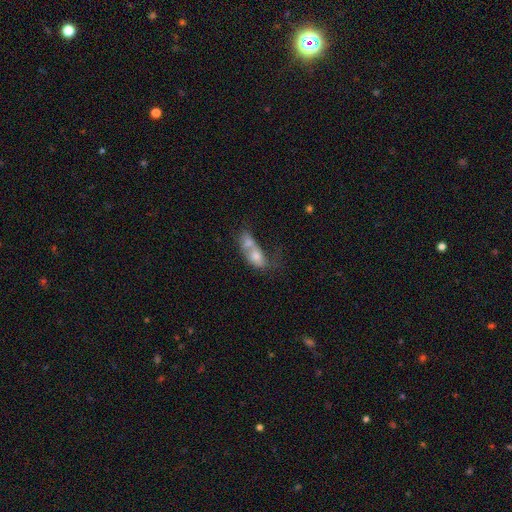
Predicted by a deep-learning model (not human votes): smooth 60%, featured or disk 30%, star or artifact 10%. Down the decision tree: how rounded — in between (68%); merging — merger (76%).